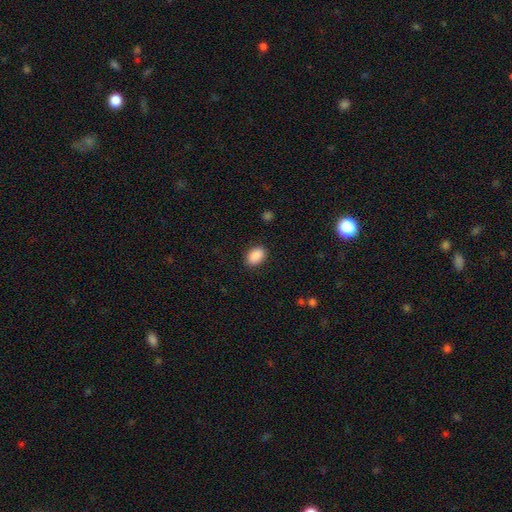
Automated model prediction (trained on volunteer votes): Q: Smooth or featured?
A: smooth (90%); runner-up: star or artifact (7%)
Q: How rounded?
A: in between (83%); runner-up: round (16%)
Q: Merging?
A: none (88%); runner-up: minor disturbance (8%)